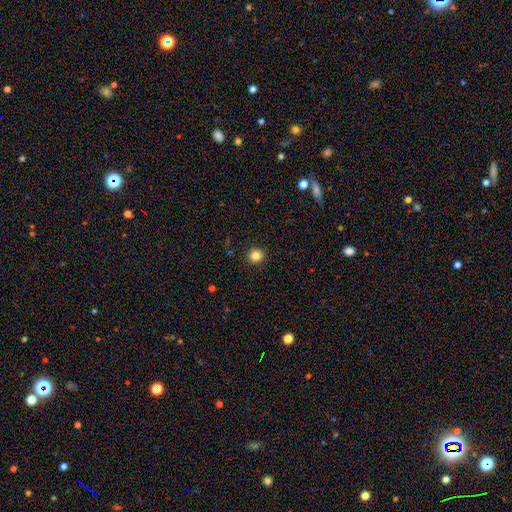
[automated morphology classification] Overall: smooth (84%). How rounded: round (93%). Merging: none (93%).